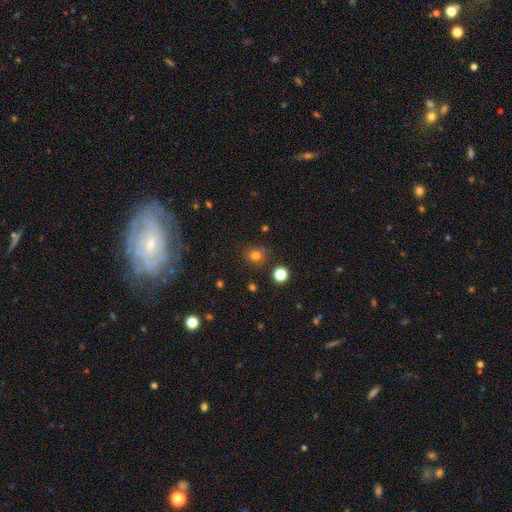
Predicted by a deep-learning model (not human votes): A smooth galaxy with no disk features (76%) that is round (79%).

Vote fractions:
- Smooth or featured? smooth: 76% / star or artifact: 17% / featured or disk: 7%
- How rounded? round: 79% / in between: 20% / cigar-shaped: 1%
- Merging? none: 82% / minor disturbance: 11% / merger: 3% / major disturbance: 3%